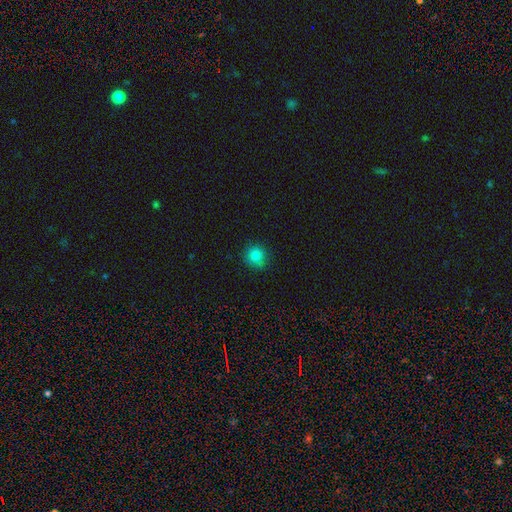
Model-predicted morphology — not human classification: smooth_or_featured: smooth (p=0.84) [alt: star or artifact p=0.12]
how_rounded: round (p=0.88) [alt: in between p=0.11]
merging: none (p=0.82) [alt: minor disturbance p=0.14]